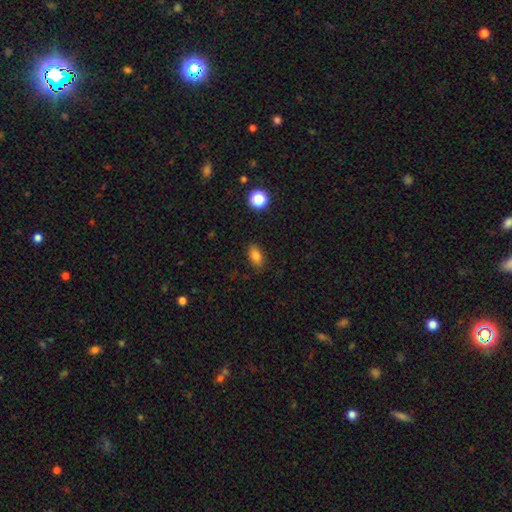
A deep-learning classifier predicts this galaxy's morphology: Q: Smooth or featured?
A: smooth (82%); runner-up: star or artifact (11%)
Q: How rounded?
A: in between (87%); runner-up: round (10%)
Q: Merging?
A: none (86%); runner-up: minor disturbance (10%)